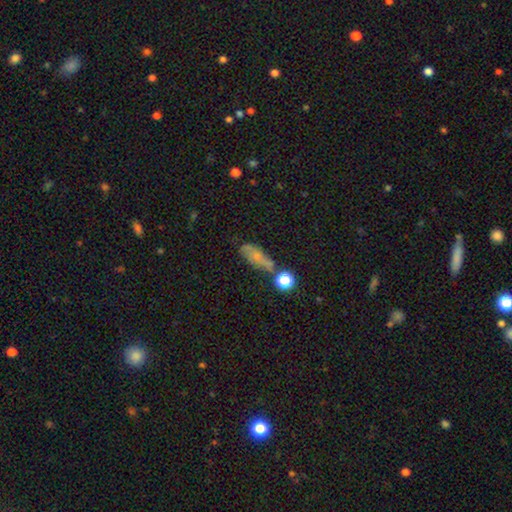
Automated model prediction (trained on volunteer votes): smooth_or_featured: smooth (p=0.56) [alt: featured or disk p=0.28]
how_rounded: in between (p=0.62) [alt: cigar-shaped p=0.28]
merging: none (p=0.57) [alt: minor disturbance p=0.23]